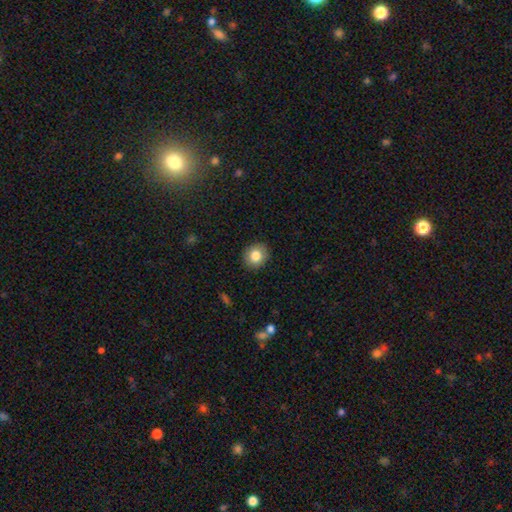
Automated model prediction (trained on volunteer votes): Morphology: type=smooth (82%); roundness=round (78%); merging=none (91%).